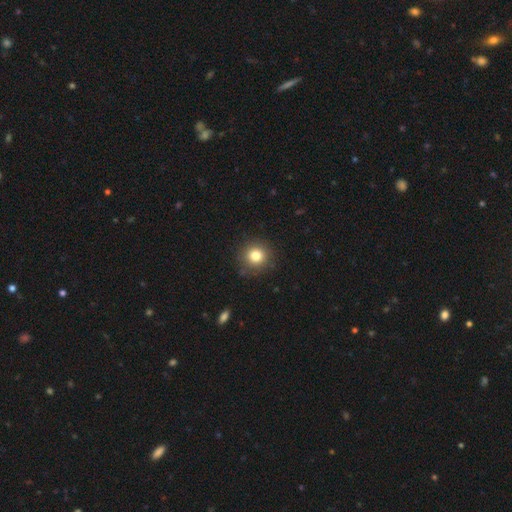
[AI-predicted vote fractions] Q: Smooth or featured?
A: smooth (81%); runner-up: star or artifact (11%)
Q: How rounded?
A: round (93%); runner-up: in between (6%)
Q: Merging?
A: none (88%); runner-up: minor disturbance (8%)